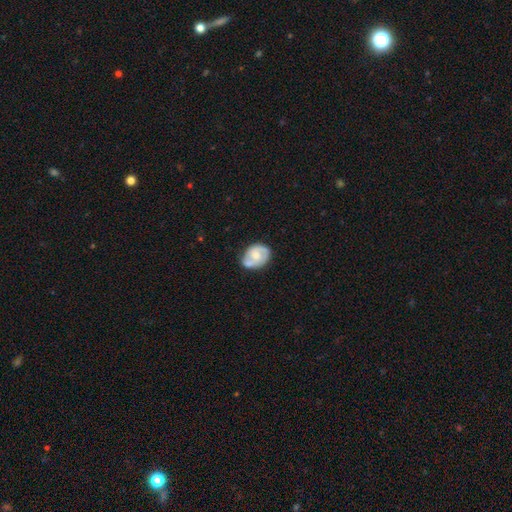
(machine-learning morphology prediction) smooth_or_featured: featured or disk (p=0.64) [alt: smooth p=0.30]
disk_edge_on: no (p=0.97) [alt: yes p=0.03]
bar: no (p=0.62) [alt: weak p=0.32]
has_spiral_arms: yes (p=0.83) [alt: no p=0.17]
spiral_winding: medium (p=0.44) [alt: tight p=0.39]
spiral_arm_count: 2 (p=0.75) [alt: can't tell p=0.13]
bulge_size: moderate (p=0.54) [alt: small p=0.34]
merging: none (p=0.62) [alt: minor disturbance p=0.26]